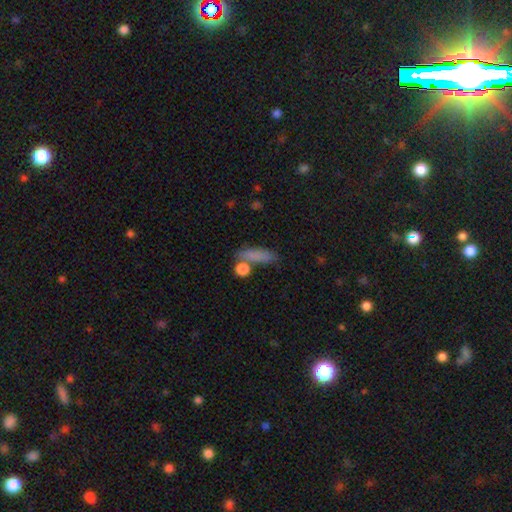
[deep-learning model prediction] A smooth galaxy with no disk features (80%) that is cigar-shaped (55%). Merging: none (63%).